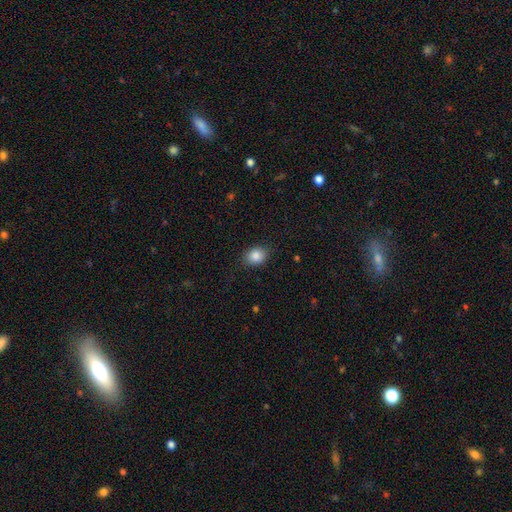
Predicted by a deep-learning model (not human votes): Smooth or featured? smooth (86%)
How rounded? in between (52%)
Merging? none (85%)